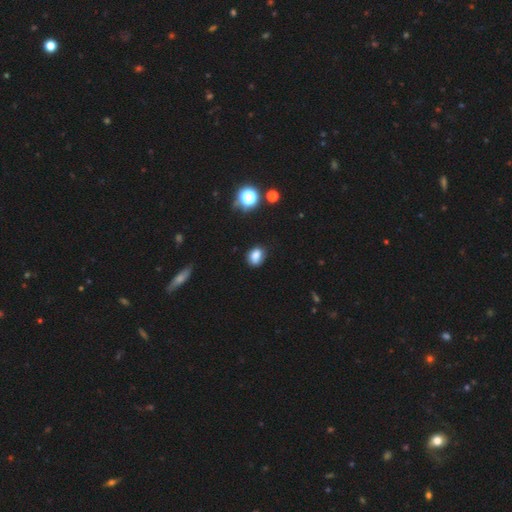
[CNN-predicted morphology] A smooth galaxy with no disk features (80%) that is in between round and cigar-shaped (63%).

Vote fractions:
- Smooth or featured? smooth: 80% / star or artifact: 12% / featured or disk: 7%
- How rounded? in between: 63% / round: 35% / cigar-shaped: 1%
- Merging? none: 73% / minor disturbance: 20% / major disturbance: 5% / merger: 2%